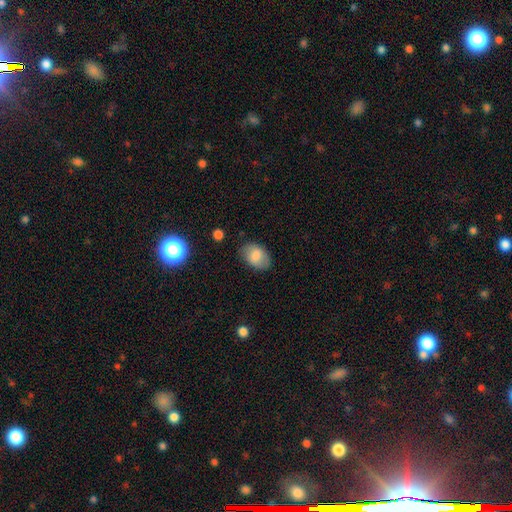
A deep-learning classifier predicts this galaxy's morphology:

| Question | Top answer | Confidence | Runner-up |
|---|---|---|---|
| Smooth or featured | smooth | 79% | featured or disk (14%) |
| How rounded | in between | 85% | round (14%) |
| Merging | none | 79% | minor disturbance (15%) |